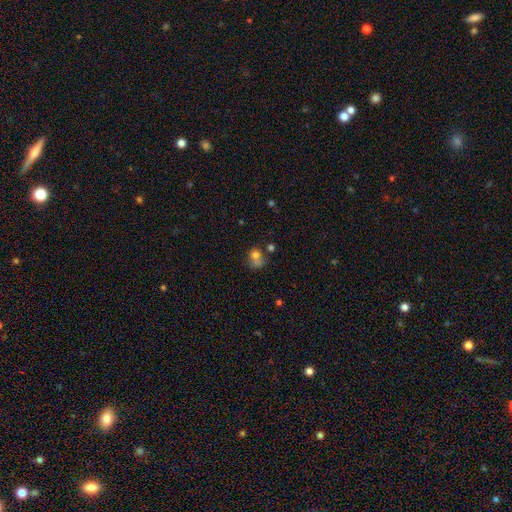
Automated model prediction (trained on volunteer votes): Smooth or featured?
  - smooth: 69% *
  - featured or disk: 16%
  - star or artifact: 15%
How rounded?
  - round: 63% *
  - in between: 36%
  - cigar-shaped: 1%
Merging?
  - merger: 33% * (tied)
  - none: 33% * (tied)
  - major disturbance: 17%
  - minor disturbance: 17%